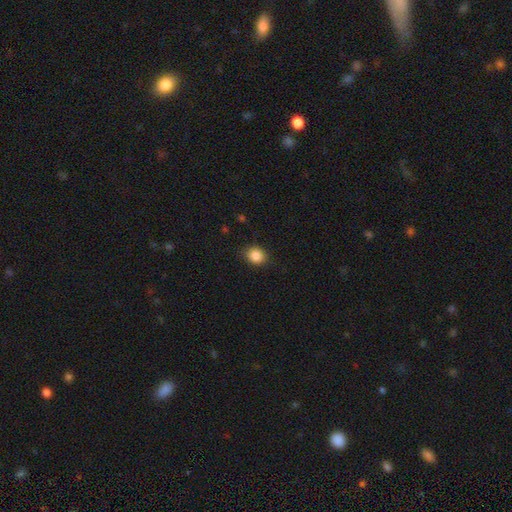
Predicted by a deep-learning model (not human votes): Morphology: type=smooth (87%); roundness=round (67%); merging=none (85%).